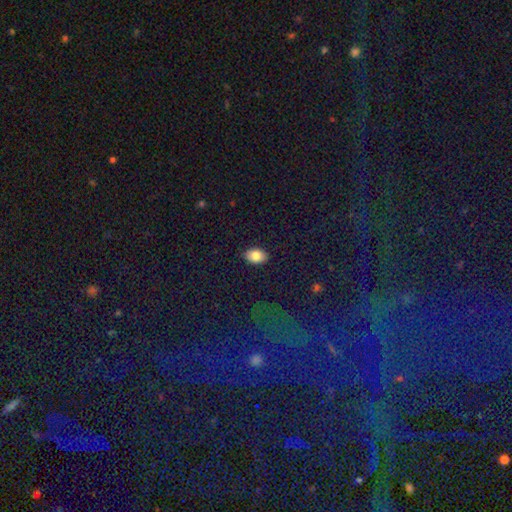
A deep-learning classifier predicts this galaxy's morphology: type=smooth (83%); roundness=in between (88%); merging=none (88%).